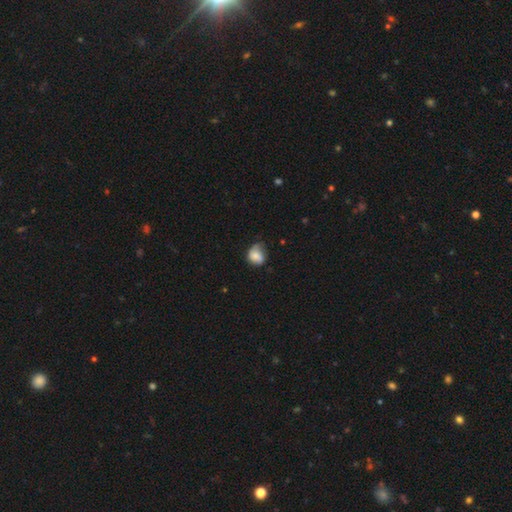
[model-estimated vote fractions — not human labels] Morphology: type=smooth (74%); roundness=round (58%); merging=none (42%).